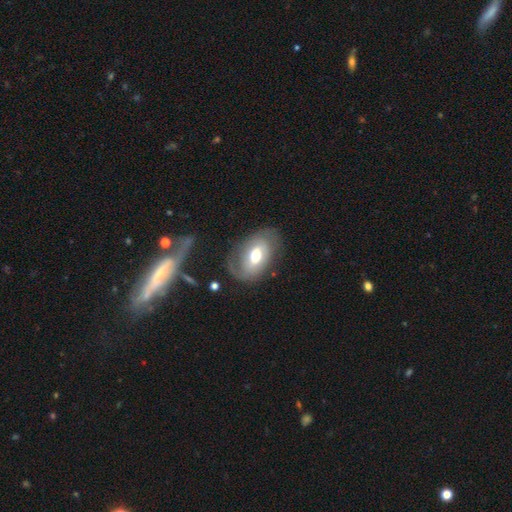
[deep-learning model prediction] A featured or disk galaxy (51%). Merging: none (63%).